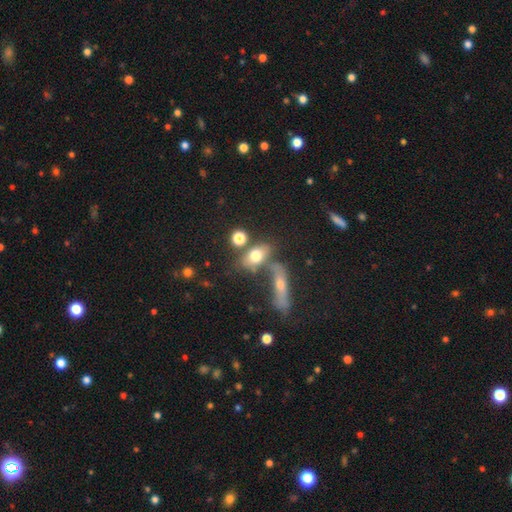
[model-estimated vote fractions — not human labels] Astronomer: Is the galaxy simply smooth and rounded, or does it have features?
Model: smooth — 66%.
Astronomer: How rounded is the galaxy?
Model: in between — 71%.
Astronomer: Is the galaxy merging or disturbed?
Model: none — 48% (runner-up: merger, 32%).